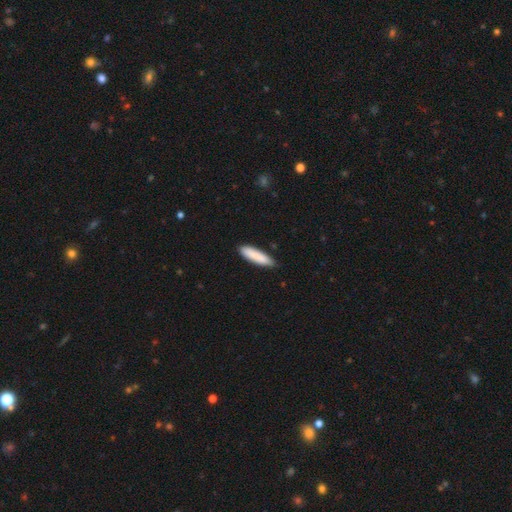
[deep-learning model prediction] Smooth or featured: smooth — 87% (featured or disk — 7%)
How rounded: cigar-shaped — 70% (in between — 29%)
Merging: none — 83% (minor disturbance — 14%)